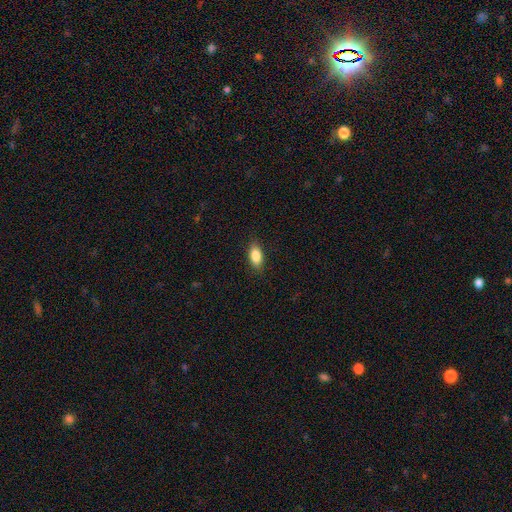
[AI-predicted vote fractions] Overall: smooth (85%). How rounded: in between (87%). Merging: none (86%).